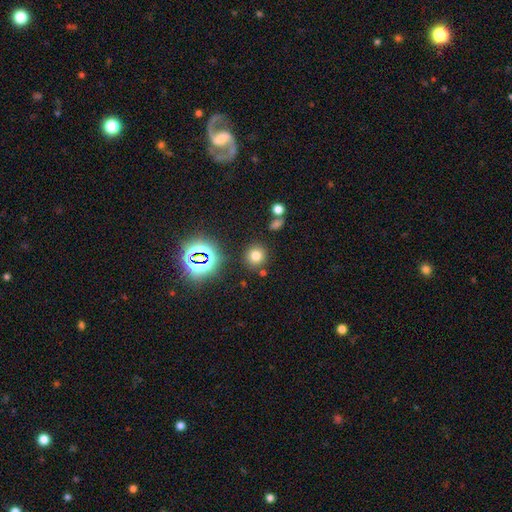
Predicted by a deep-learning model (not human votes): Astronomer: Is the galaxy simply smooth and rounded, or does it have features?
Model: smooth — 71%.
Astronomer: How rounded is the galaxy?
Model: round — 90%.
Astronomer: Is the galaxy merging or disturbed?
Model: none — 84%.